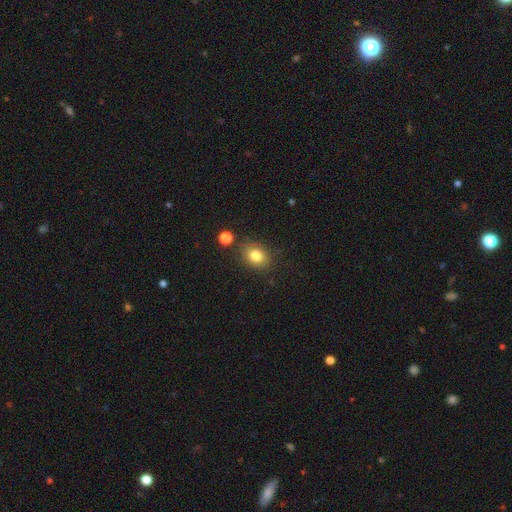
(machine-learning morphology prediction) Overall: smooth (81%). How rounded: in between (51%; round 48%). Merging: none (80%).